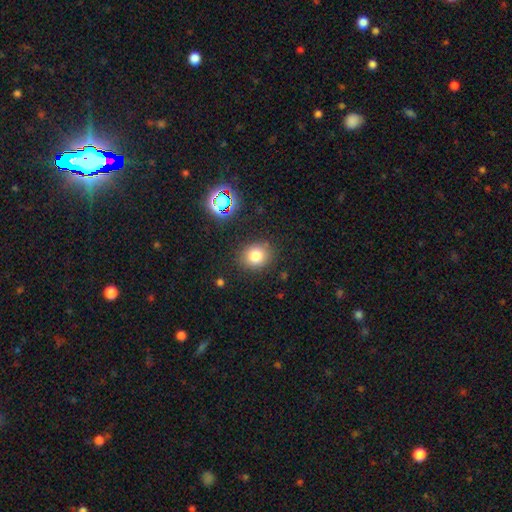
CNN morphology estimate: type=smooth (78%); roundness=round (71%); merging=none (84%).